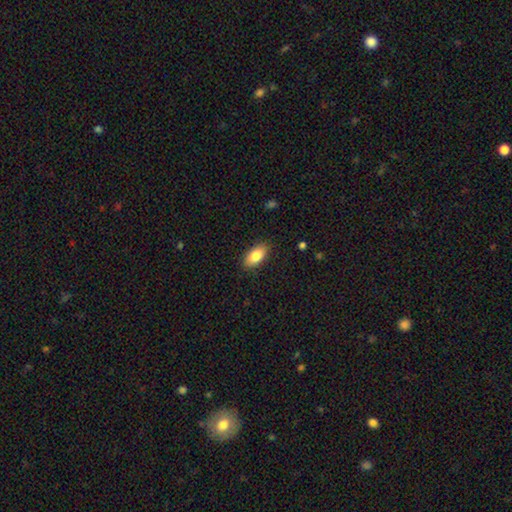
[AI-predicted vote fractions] Smooth or featured? Predicted: smooth (p=0.83). How rounded? Predicted: in between (p=0.90). Merging? Predicted: none (p=0.88).